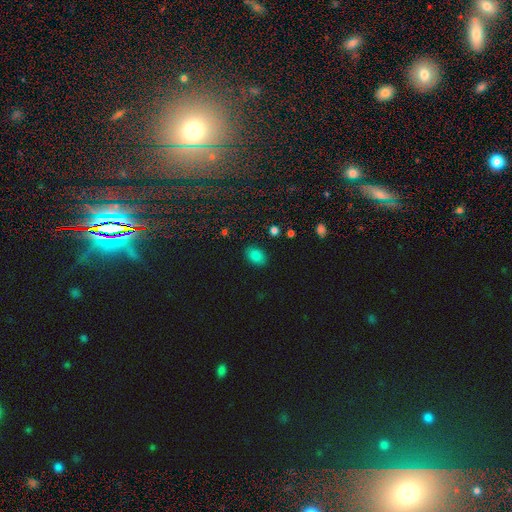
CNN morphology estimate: Q: Smooth or featured?
A: smooth (83%); runner-up: star or artifact (13%)
Q: How rounded?
A: in between (82%); runner-up: round (17%)
Q: Merging?
A: none (88%); runner-up: minor disturbance (9%)